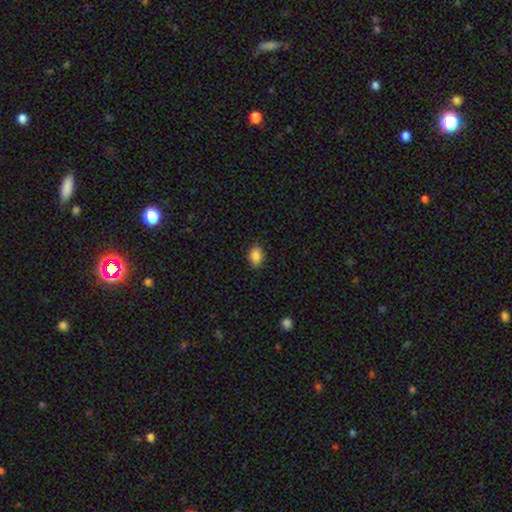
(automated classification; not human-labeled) smooth 87%, star or artifact 8%, featured or disk 5%. Down the decision tree: how rounded — in between (77%); merging — none (86%).